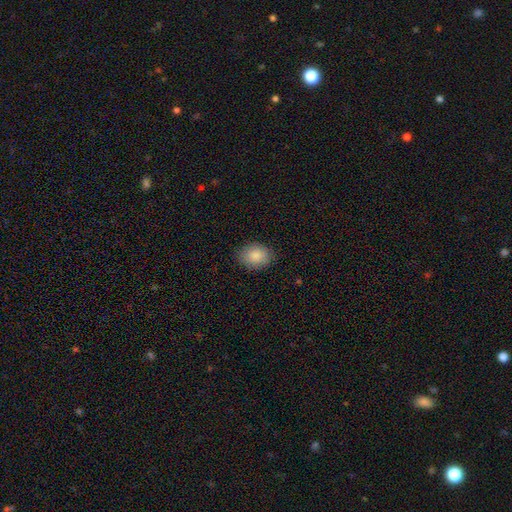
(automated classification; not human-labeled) smooth 87%, star or artifact 8%, featured or disk 6%. Down the decision tree: how rounded — in between (62%); merging — none (87%).